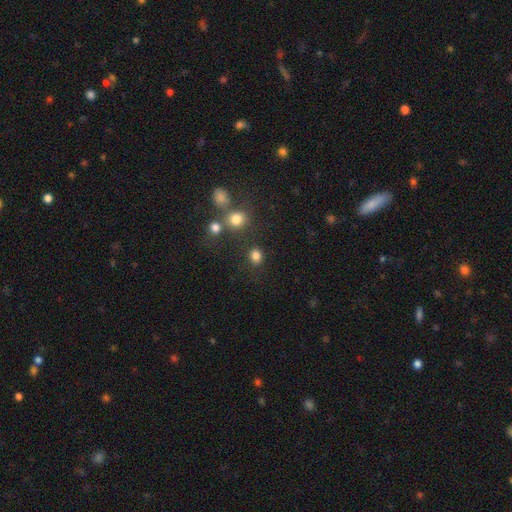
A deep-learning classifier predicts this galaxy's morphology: This appears to be a smooth galaxy with no disk features (81%) that is round (68%). Merging: none (77%).